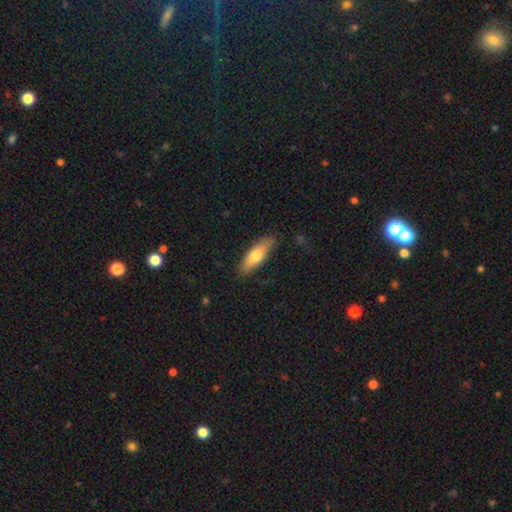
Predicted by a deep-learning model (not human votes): This is likely a smooth galaxy (67%). How rounded: possibly cigar-shaped (50%). Merging: clearly none (84%).